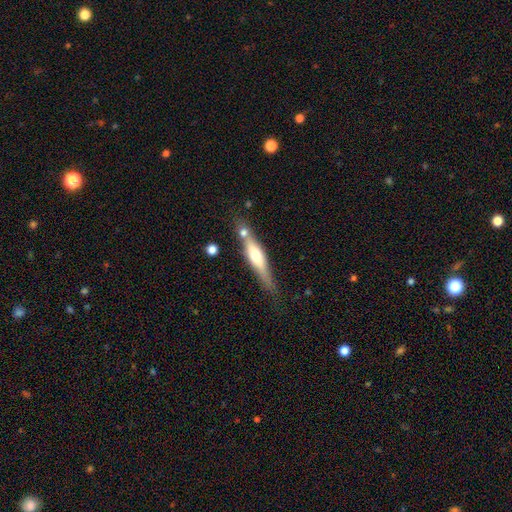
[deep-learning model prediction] This is possibly a featured or disk galaxy (58%). It is clearly viewed edge-on (93%). Edge-on bulge: clearly rounded (84%). Merging: likely none (67%).